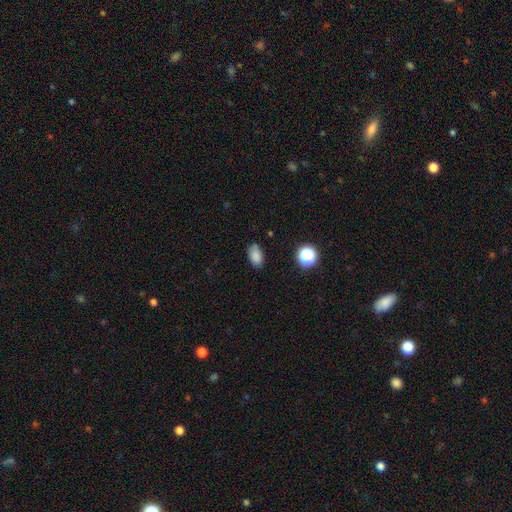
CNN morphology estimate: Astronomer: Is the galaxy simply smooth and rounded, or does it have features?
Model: smooth — 83%.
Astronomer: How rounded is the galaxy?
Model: in between — 89%.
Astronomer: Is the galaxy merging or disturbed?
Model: none — 78%.